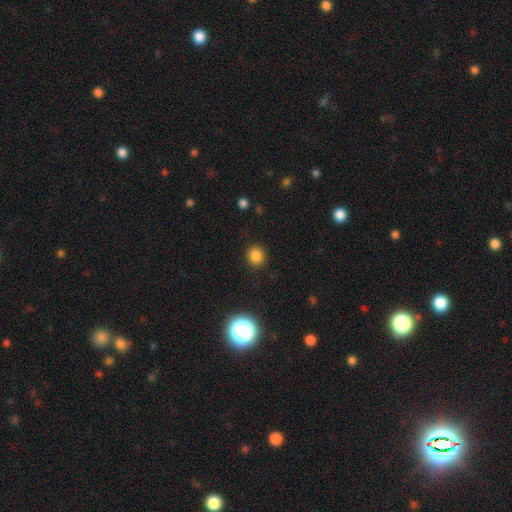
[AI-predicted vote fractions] smooth_or_featured: smooth (p=0.81) [alt: star or artifact p=0.15]
how_rounded: round (p=0.87) [alt: in between p=0.12]
merging: none (p=0.90) [alt: minor disturbance p=0.06]